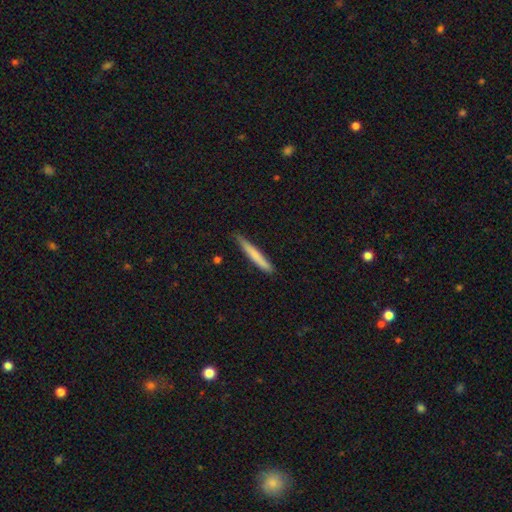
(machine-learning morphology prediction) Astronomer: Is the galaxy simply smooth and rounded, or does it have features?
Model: smooth — 73%.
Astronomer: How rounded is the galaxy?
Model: cigar-shaped — 96%.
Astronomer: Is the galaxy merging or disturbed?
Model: none — 82%.